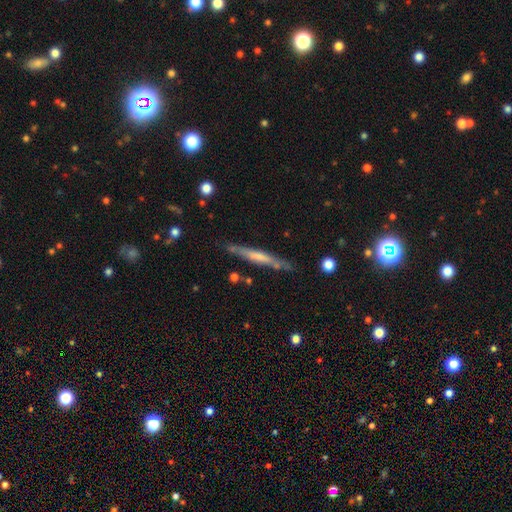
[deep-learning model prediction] This appears to be a featured or disk galaxy (54%) viewed edge-on (93%) with no central bulge (57%). Merging: none (81%).